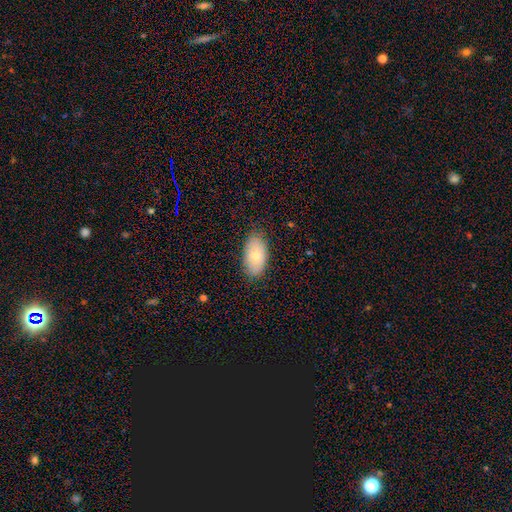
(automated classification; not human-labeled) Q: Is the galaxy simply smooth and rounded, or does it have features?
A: smooth — 71%.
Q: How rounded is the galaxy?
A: in between — 93%.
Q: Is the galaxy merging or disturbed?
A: none — 84%.